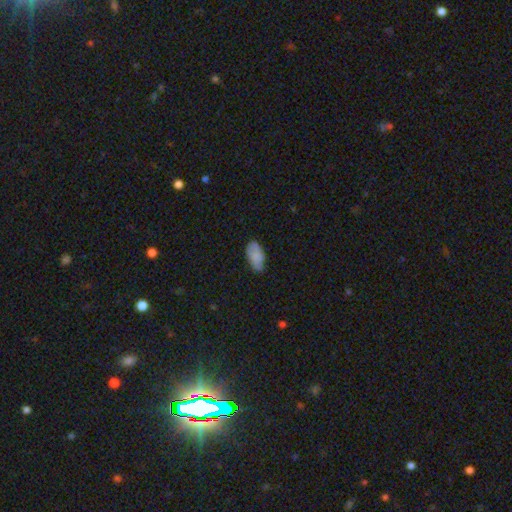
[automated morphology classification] Smooth or featured: smooth — 83% (featured or disk — 10%)
How rounded: in between — 94% (cigar-shaped — 3%)
Merging: none — 67% (minor disturbance — 27%)